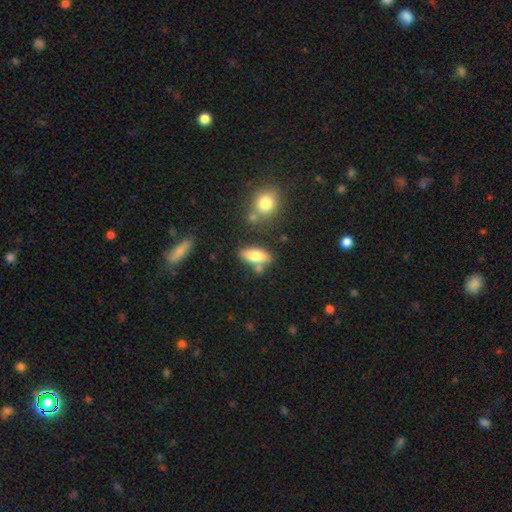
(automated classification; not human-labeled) This is likely a smooth galaxy (74%). How rounded: clearly in between (80%). Merging: likely none (65%).